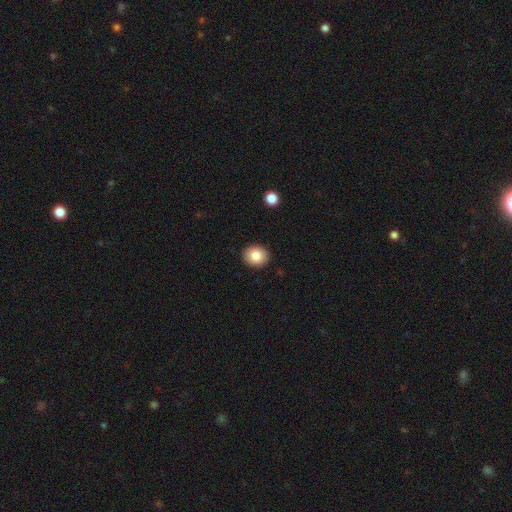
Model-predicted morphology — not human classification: A smooth galaxy with no disk features (83%) that is round (68%).

Vote fractions:
- Smooth or featured? smooth: 83% / star or artifact: 9% / featured or disk: 8%
- How rounded? round: 68% / in between: 31% / cigar-shaped: 1%
- Merging? none: 91% / minor disturbance: 6% / major disturbance: 2% / merger: 1%